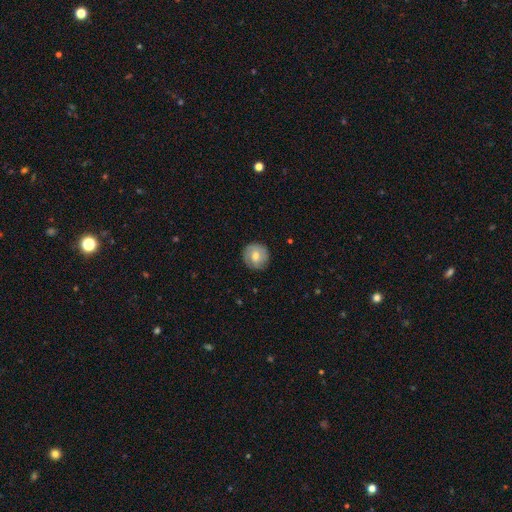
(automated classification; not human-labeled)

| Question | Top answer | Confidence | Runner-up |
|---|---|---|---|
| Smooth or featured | smooth | 60% | featured or disk (33%) |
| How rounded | round | 94% | in between (5%) |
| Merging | none | 86% | minor disturbance (11%) |